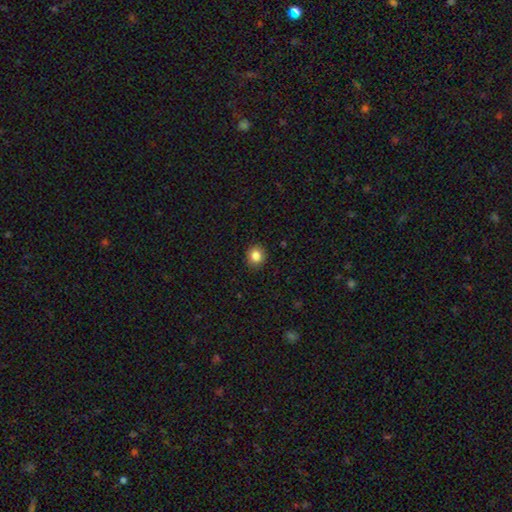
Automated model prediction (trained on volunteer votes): A smooth galaxy with no disk features (85%) that is round (87%).

Vote fractions:
- Smooth or featured? smooth: 85% / star or artifact: 10% / featured or disk: 5%
- How rounded? round: 87% / in between: 12% / cigar-shaped: 1%
- Merging? none: 91% / minor disturbance: 6% / major disturbance: 2% / merger: 1%